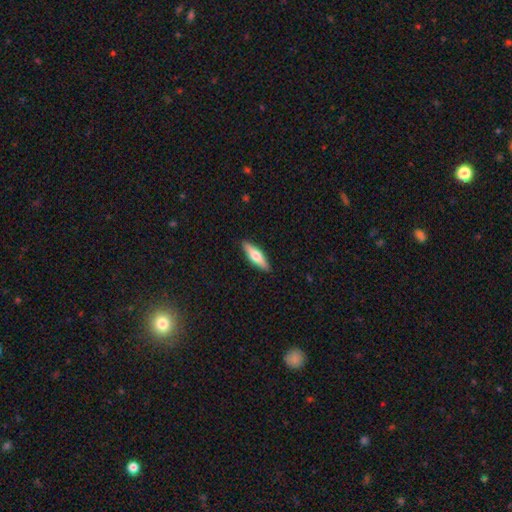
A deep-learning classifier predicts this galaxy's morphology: The model was most divided on "smooth or featured": smooth: 53%, featured or disk: 42%, star or artifact: 5%. More confident: merging — none (90%); how rounded — cigar-shaped (65%).